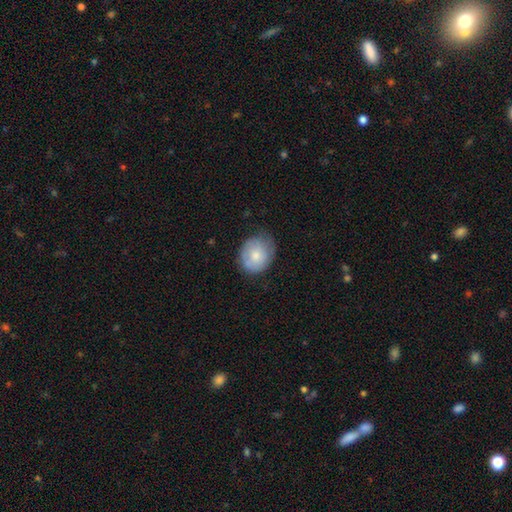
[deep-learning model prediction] Overall: smooth (72%). How rounded: round (62%; in between 37%). Merging: none (58%; minor disturbance 32%).